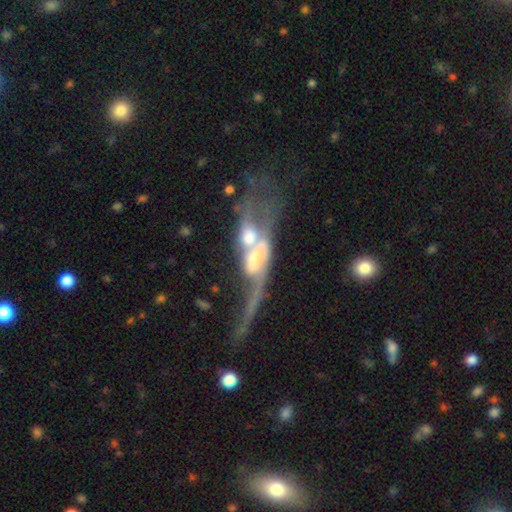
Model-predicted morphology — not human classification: Smooth or featured? Predicted: featured or disk (p=0.68). Edge-on disk? Predicted: no (p=0.81). Bar? Predicted: no (p=0.59). Spiral arms? Predicted: no (p=0.52). Bulge size? Predicted: moderate (p=0.38). Merging? Predicted: merger (p=0.66).